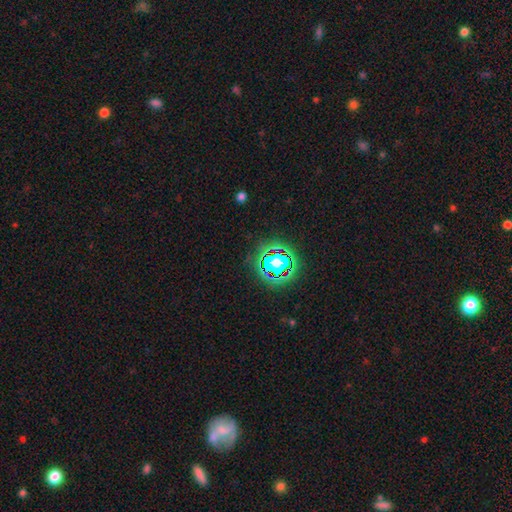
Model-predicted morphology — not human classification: The model was most divided on "smooth or featured": star or artifact: 75%, smooth: 16%, featured or disk: 9%.